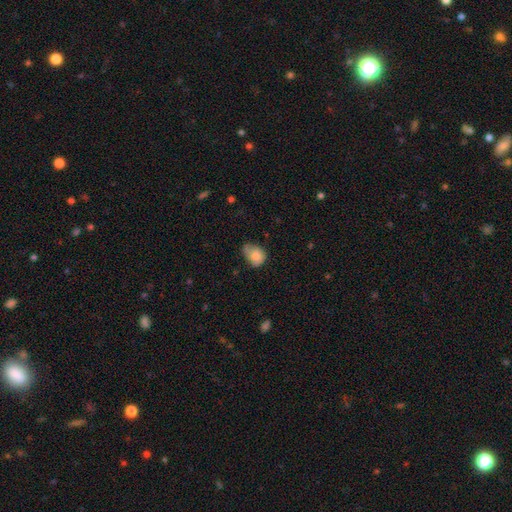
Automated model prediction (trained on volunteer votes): Smooth or featured?
  - smooth: 74% *
  - featured or disk: 18%
  - star or artifact: 8%
How rounded?
  - in between: 58% *
  - round: 41%
  - cigar-shaped: 1%
Merging?
  - minor disturbance: 44% *
  - none: 37%
  - major disturbance: 15%
  - merger: 4%